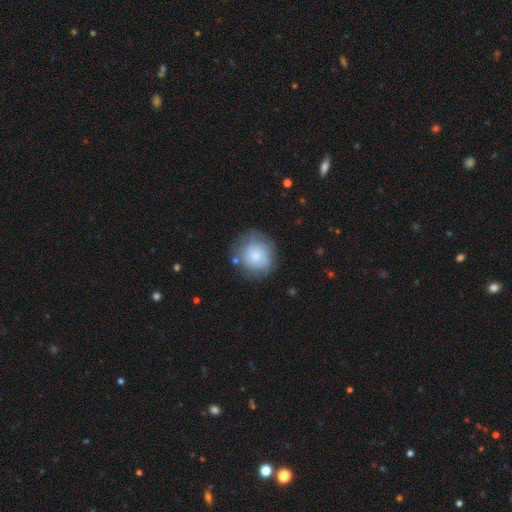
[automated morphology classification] smooth-or-featured: smooth: 71% | featured or disk: 21% | star or artifact: 8%
  how-rounded: round: 90% | in between: 10% | cigar-shaped: 1%
  merging: none: 70% | minor disturbance: 19% | major disturbance: 8% | merger: 3%